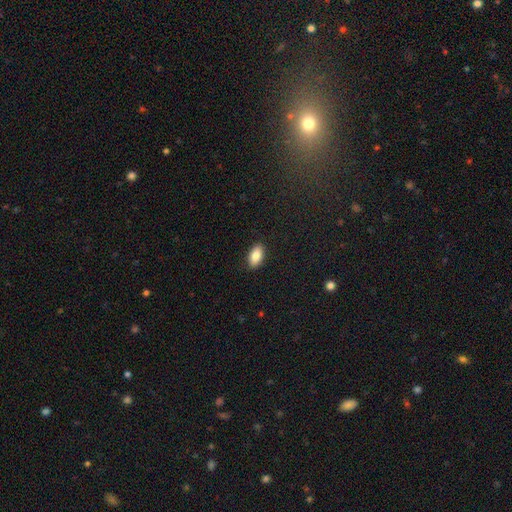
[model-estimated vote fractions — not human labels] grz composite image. It shows a smooth galaxy with no disk features (86%) that is in between round and cigar-shaped (92%). Merging: none (89%).